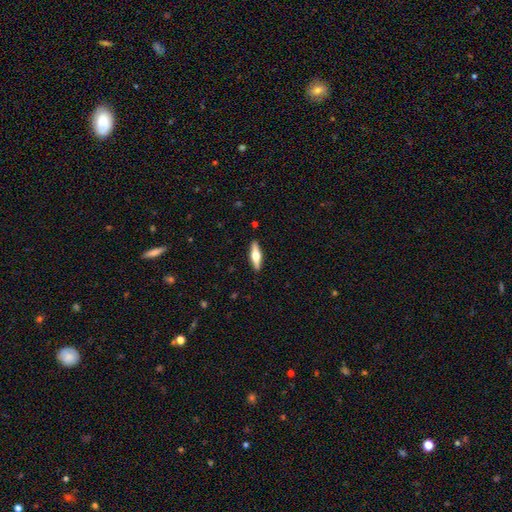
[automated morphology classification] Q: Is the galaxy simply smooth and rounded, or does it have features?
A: featured or disk — 54%.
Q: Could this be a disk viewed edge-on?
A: yes — 94%.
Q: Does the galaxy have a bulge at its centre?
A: rounded — 95%.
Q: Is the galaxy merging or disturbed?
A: none — 90%.